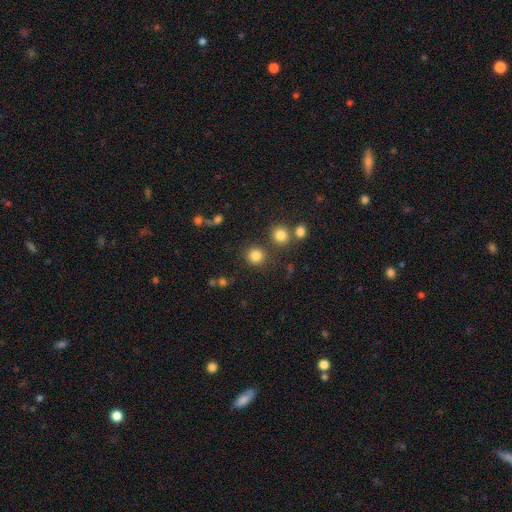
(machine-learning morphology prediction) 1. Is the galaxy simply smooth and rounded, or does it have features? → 81% smooth, 13% star or artifact, 5% featured or disk.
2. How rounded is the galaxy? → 91% round, 8% in between, 1% cigar-shaped.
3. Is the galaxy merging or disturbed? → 82% none, 8% merger, 7% minor disturbance, 3% major disturbance.